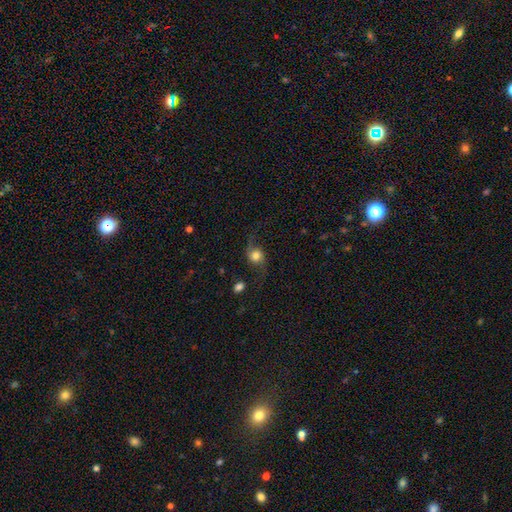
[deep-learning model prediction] Q: Smooth or featured?
A: featured or disk (53%); runner-up: smooth (36%)
Q: Edge-on disk?
A: no (92%); runner-up: yes (8%)
Q: Merging?
A: none (65%); runner-up: minor disturbance (18%)